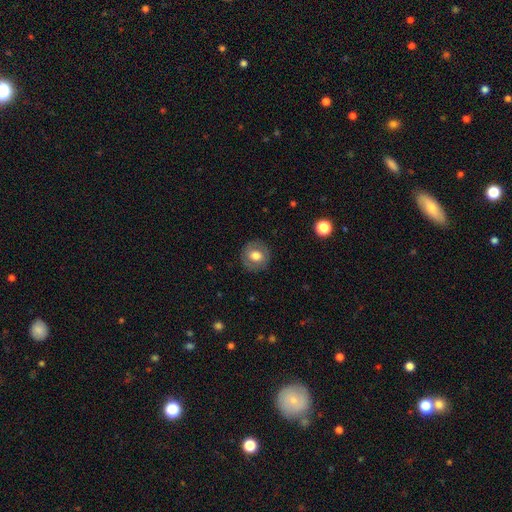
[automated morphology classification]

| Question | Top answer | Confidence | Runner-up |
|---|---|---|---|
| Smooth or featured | smooth | 68% | featured or disk (24%) |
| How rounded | round | 89% | in between (10%) |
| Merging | none | 86% | minor disturbance (9%) |